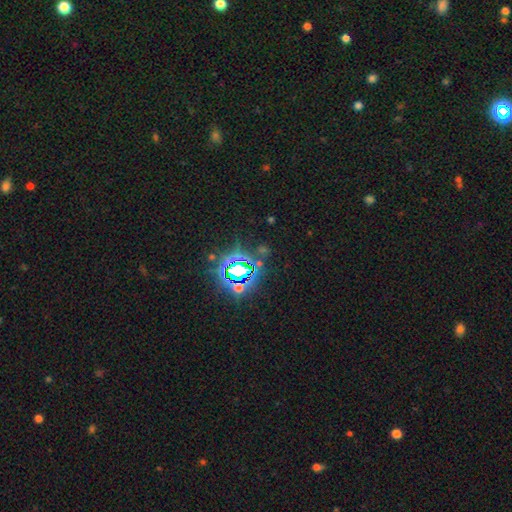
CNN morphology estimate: This appears to be a star or artifact, not a galaxy (80%).